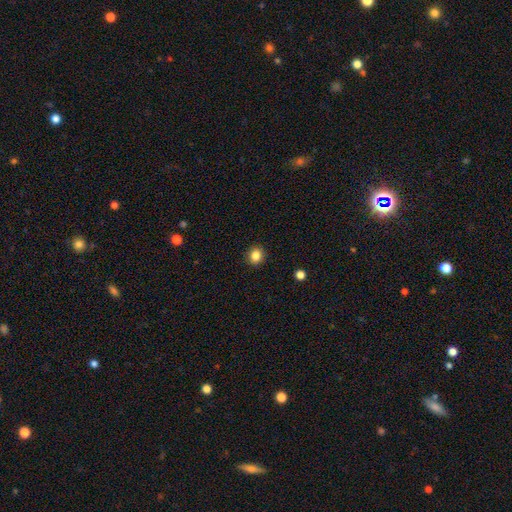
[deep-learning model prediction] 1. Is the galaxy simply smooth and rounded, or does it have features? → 84% smooth, 11% star or artifact, 5% featured or disk.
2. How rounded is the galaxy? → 78% round, 21% in between, 1% cigar-shaped.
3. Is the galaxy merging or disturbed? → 90% none, 7% minor disturbance, 2% major disturbance, 1% merger.